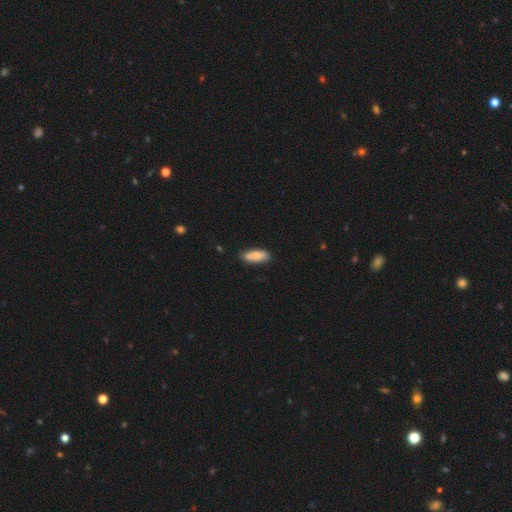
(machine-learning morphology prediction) A smooth galaxy with no disk features (80%) that is in between round and cigar-shaped (77%).

Vote fractions:
- Smooth or featured? smooth: 80% / featured or disk: 14% / star or artifact: 6%
- How rounded? in between: 77% / cigar-shaped: 21% / round: 2%
- Merging? none: 81% / minor disturbance: 15% / major disturbance: 2% / merger: 1%